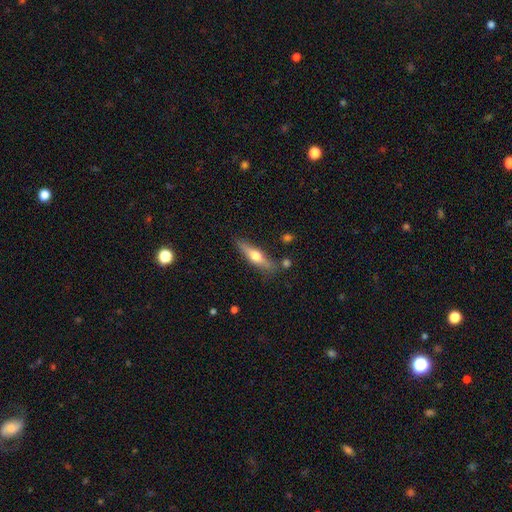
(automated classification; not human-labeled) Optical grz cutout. It shows a featured or disk galaxy (60%) viewed edge-on (94%) with a rounded central bulge (95%). Merging: none (82%).